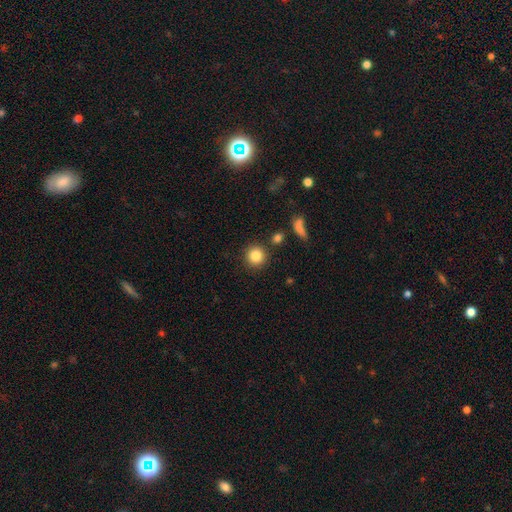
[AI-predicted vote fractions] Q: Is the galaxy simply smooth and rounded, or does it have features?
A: smooth — 85%.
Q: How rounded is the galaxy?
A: round — 93%.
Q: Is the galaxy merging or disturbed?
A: none — 85%.